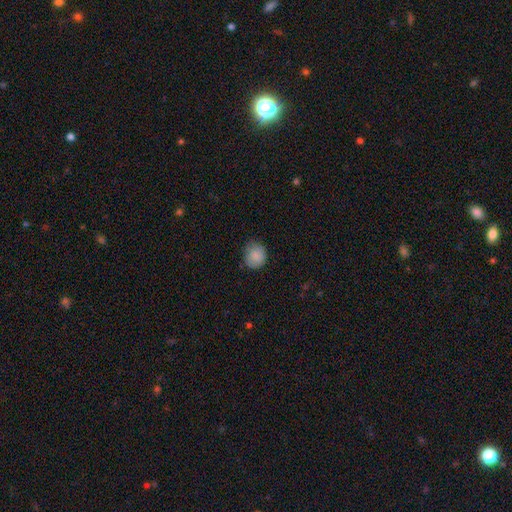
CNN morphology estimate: A smooth galaxy with no disk features (85%) that is round (75%).

Vote fractions:
- Smooth or featured? smooth: 85% / star or artifact: 8% / featured or disk: 7%
- How rounded? round: 75% / in between: 24% / cigar-shaped: 1%
- Merging? none: 66% / minor disturbance: 27% / major disturbance: 5% / merger: 1%